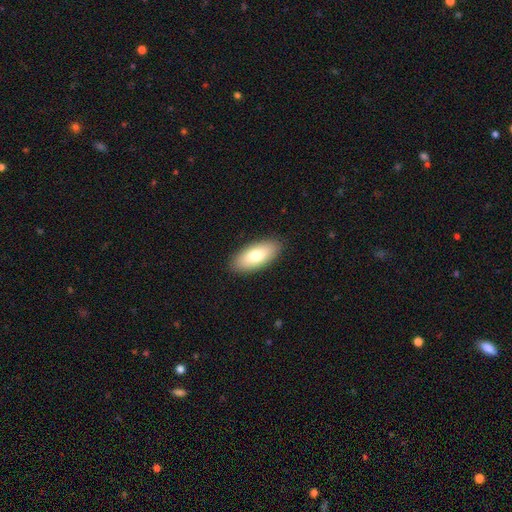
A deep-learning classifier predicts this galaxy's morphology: type=smooth (77%); roundness=in between (87%); merging=none (89%).